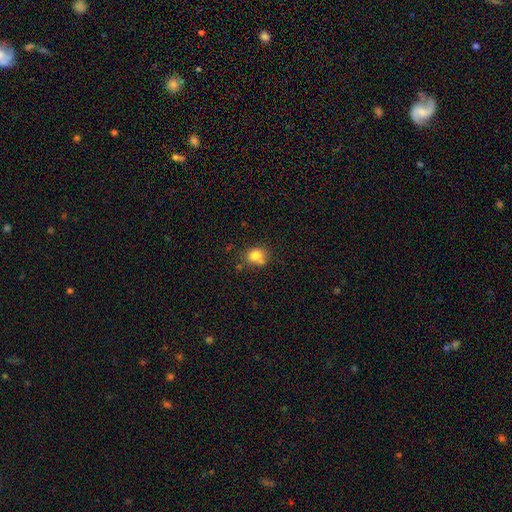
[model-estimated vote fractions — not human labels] Smooth or featured: smooth — 79% (star or artifact — 11%)
How rounded: round — 62% (in between — 37%)
Merging: none — 59% (minor disturbance — 21%)